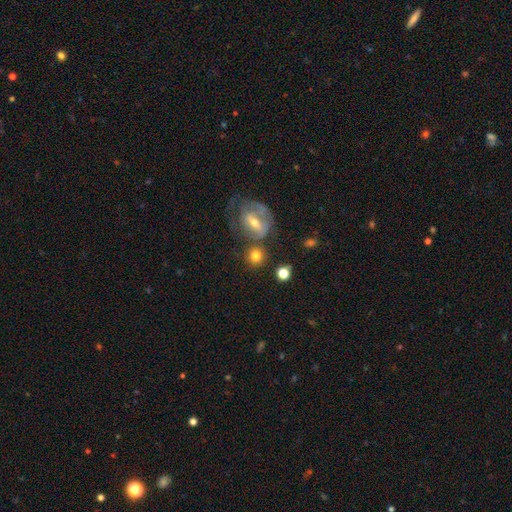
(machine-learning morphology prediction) Smooth or featured?
  - smooth: 74% *
  - featured or disk: 16%
  - star or artifact: 10%
How rounded?
  - round: 86% *
  - in between: 13%
  - cigar-shaped: 1%
Merging?
  - none: 64% *
  - merger: 18%
  - minor disturbance: 11%
  - major disturbance: 6%